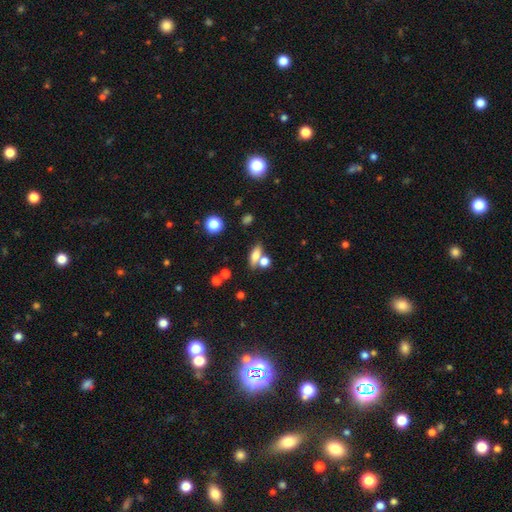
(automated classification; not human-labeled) Smooth or featured?
  - smooth: 68% *
  - featured or disk: 21%
  - star or artifact: 11%
How rounded?
  - in between: 56% *
  - cigar-shaped: 32%
  - round: 12%
Merging?
  - none: 53% *
  - merger: 31%
  - minor disturbance: 11%
  - major disturbance: 5%